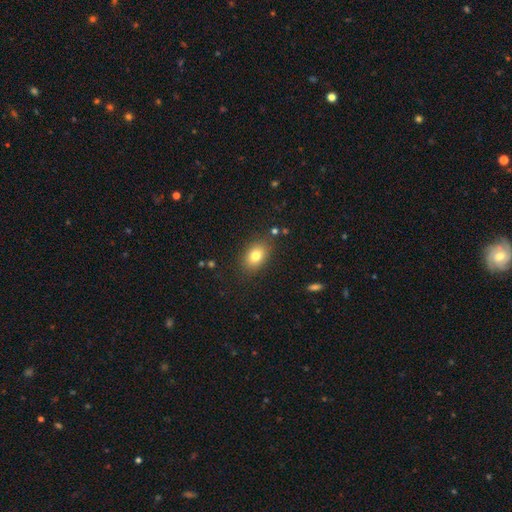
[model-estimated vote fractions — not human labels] Q: Smooth or featured?
A: smooth (79%); runner-up: featured or disk (11%)
Q: How rounded?
A: in between (76%); runner-up: round (22%)
Q: Merging?
A: none (85%); runner-up: minor disturbance (10%)